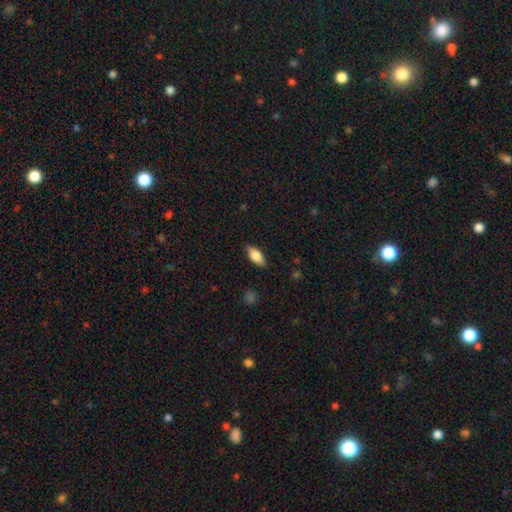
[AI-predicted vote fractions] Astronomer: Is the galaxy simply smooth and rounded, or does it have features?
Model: smooth — 74%.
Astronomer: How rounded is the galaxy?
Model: in between — 83%.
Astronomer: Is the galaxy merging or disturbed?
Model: none — 84%.